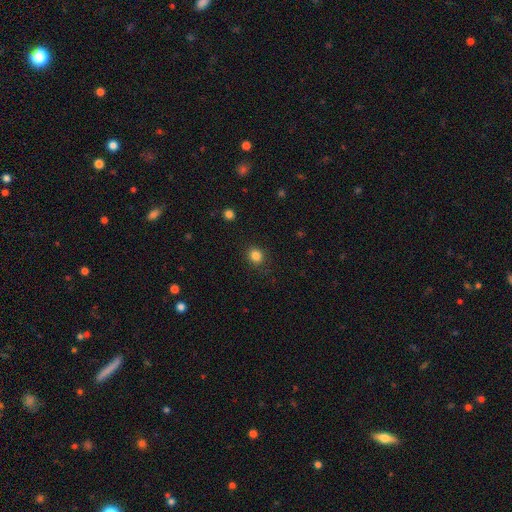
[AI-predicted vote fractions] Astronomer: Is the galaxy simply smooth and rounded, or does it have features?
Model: smooth — 84%.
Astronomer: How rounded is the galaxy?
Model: round — 77%.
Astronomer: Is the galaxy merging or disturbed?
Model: none — 87%.